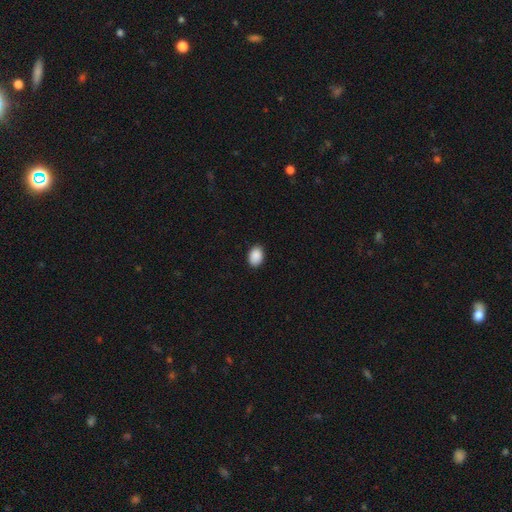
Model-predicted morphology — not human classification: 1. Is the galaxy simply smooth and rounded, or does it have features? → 90% smooth, 7% star or artifact, 3% featured or disk.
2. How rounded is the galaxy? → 80% in between, 19% round, 1% cigar-shaped.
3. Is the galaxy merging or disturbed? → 89% none, 9% minor disturbance, 2% major disturbance, 1% merger.